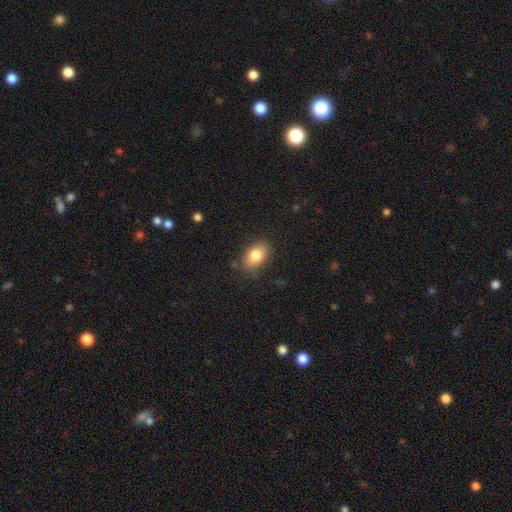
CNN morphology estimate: Smooth or featured? Predicted: smooth (p=0.82). How rounded? Predicted: in between (p=0.84). Merging? Predicted: none (p=0.81).